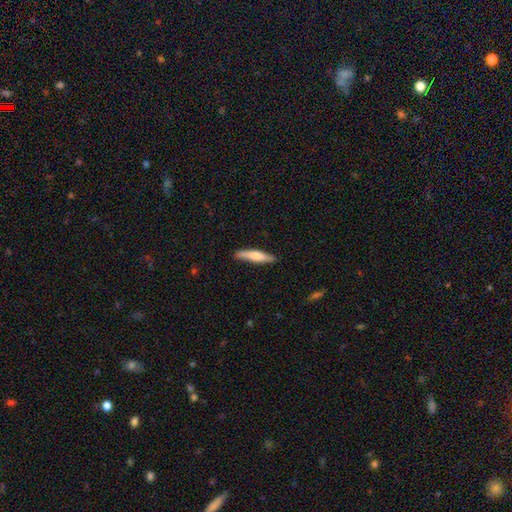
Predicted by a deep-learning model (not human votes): The model was most divided on "smooth or featured": smooth: 63%, featured or disk: 32%, star or artifact: 5%. More confident: how rounded — cigar-shaped (85%); merging — none (84%).